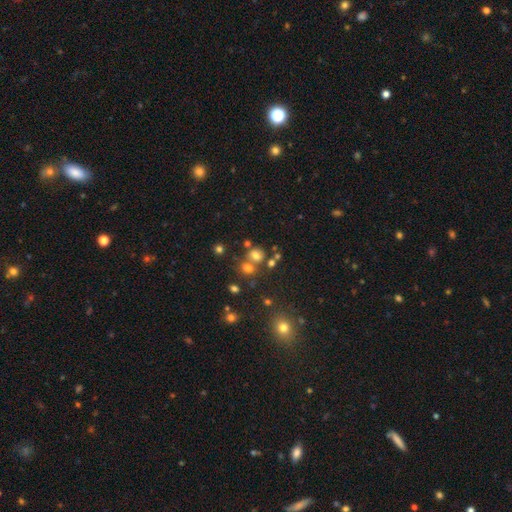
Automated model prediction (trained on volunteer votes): The model was most divided on "merging": none: 54%, merger: 31%, minor disturbance: 10%, major disturbance: 5%. More confident: how rounded — round (70%); smooth or featured — smooth (66%).